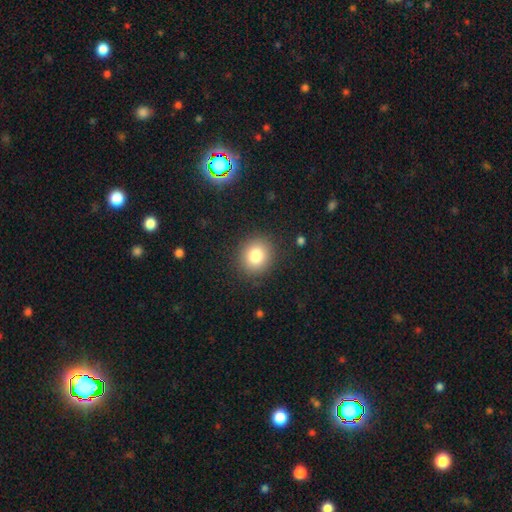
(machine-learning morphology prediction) This appears to be a smooth galaxy with no disk features (81%) that is round (84%). Merging: none (88%).